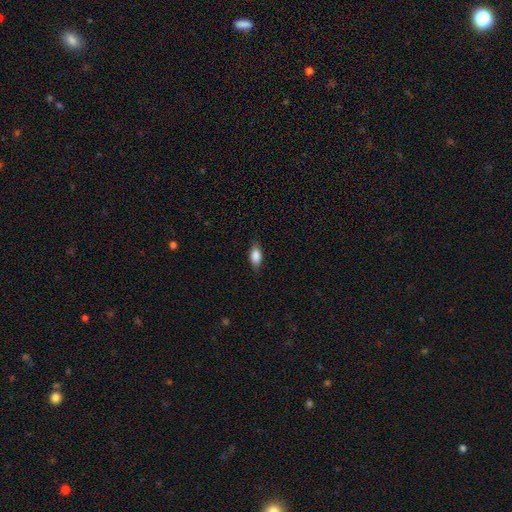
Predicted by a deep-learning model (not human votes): smooth 86%, star or artifact 7%, featured or disk 7%. Down the decision tree: how rounded — in between (87%); merging — none (83%).